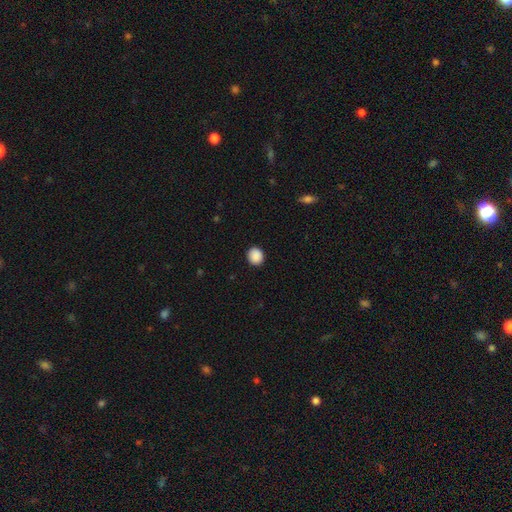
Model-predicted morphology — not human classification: The model was most divided on "how rounded": round: 78%, in between: 21%, cigar-shaped: 1%. More confident: merging — none (91%); smooth or featured — smooth (90%).